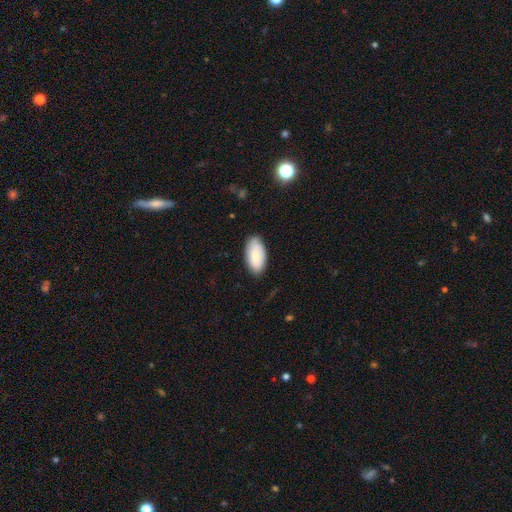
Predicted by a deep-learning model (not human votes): A smooth galaxy with no disk features (81%) that is in between round and cigar-shaped (95%). Merging: none (81%).